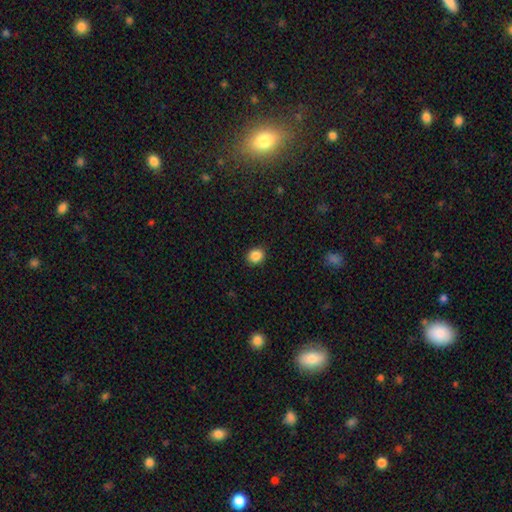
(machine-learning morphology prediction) smooth 87%, star or artifact 10%, featured or disk 3%. Down the decision tree: how rounded — round (73%); merging — none (91%).